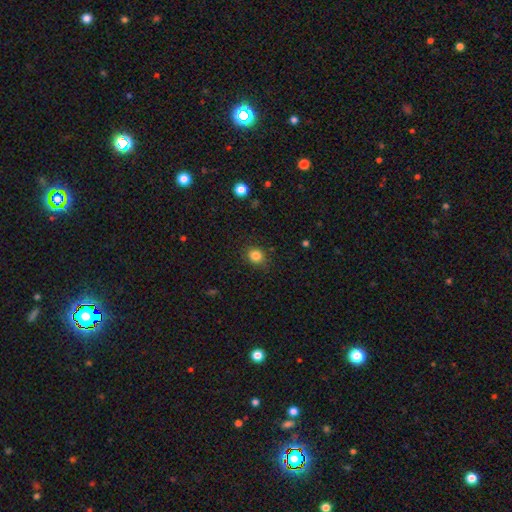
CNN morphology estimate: smooth 83%, star or artifact 12%, featured or disk 5%. Down the decision tree: how rounded — round (78%); merging — none (85%).